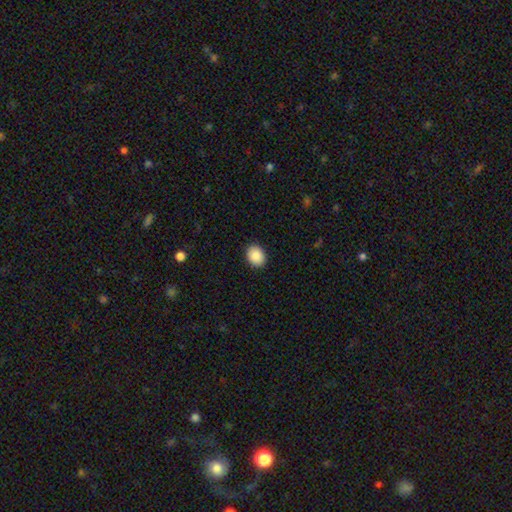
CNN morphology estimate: type=smooth (89%); roundness=in between (52%); merging=none (90%).